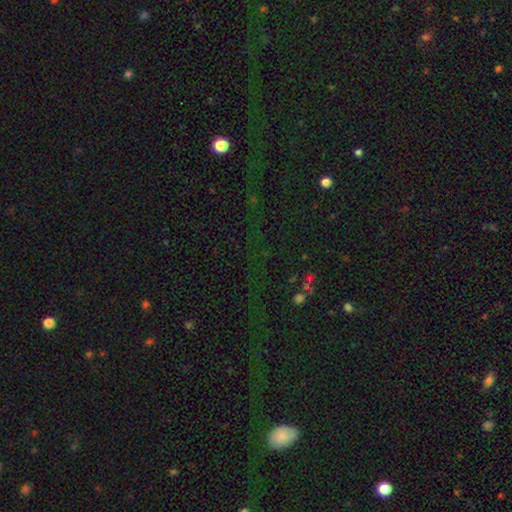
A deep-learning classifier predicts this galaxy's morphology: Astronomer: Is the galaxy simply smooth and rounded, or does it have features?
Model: star or artifact — 70%.